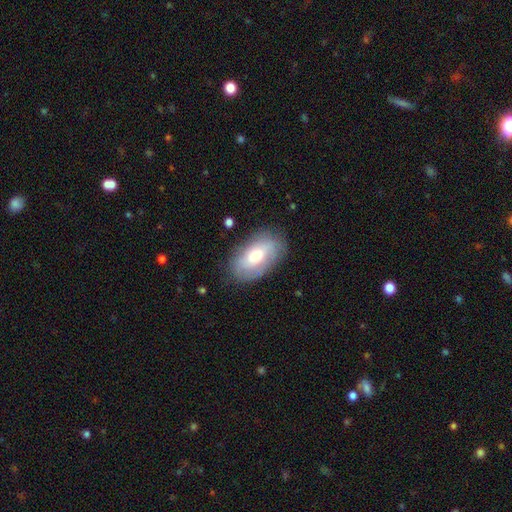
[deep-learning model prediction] Smooth or featured?
  - smooth: 55% *
  - featured or disk: 37%
  - star or artifact: 7%
How rounded?
  - in between: 93% *
  - round: 5%
  - cigar-shaped: 2%
Merging?
  - none: 77% *
  - minor disturbance: 17%
  - major disturbance: 5%
  - merger: 1%